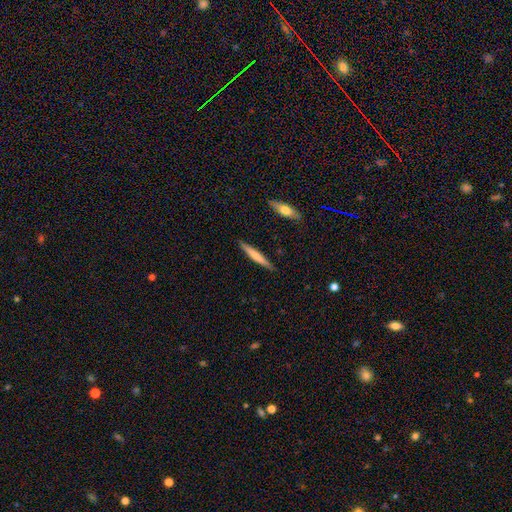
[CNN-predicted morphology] A smooth galaxy with no disk features (60%) that is cigar-shaped (95%).

Vote fractions:
- Smooth or featured? smooth: 60% / featured or disk: 35% / star or artifact: 5%
- How rounded? cigar-shaped: 95% / in between: 4% / round: 1%
- Merging? none: 89% / minor disturbance: 7% / merger: 2% / major disturbance: 1%